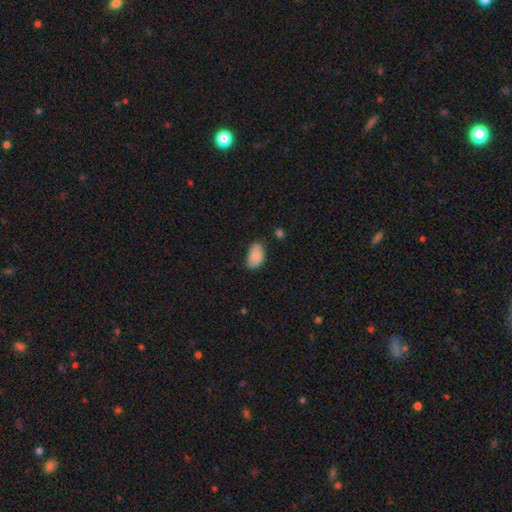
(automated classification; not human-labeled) A smooth galaxy with no disk features (85%) that is in between round and cigar-shaped (92%). Merging: none (65%).